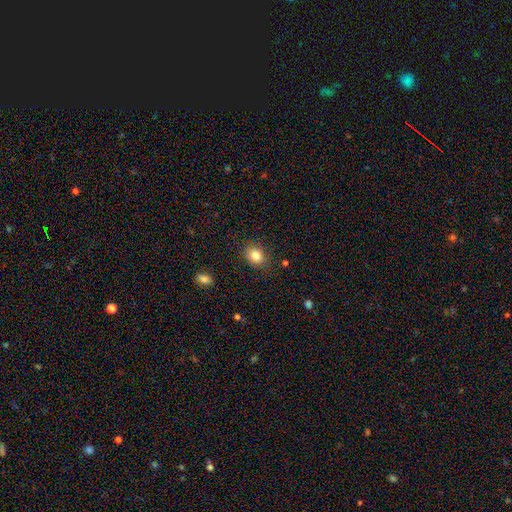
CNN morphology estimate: smooth_or_featured: smooth (p=0.83) [alt: star or artifact p=0.10]
how_rounded: round (p=0.50) [alt: in between p=0.49]
merging: none (p=0.85) [alt: minor disturbance p=0.11]